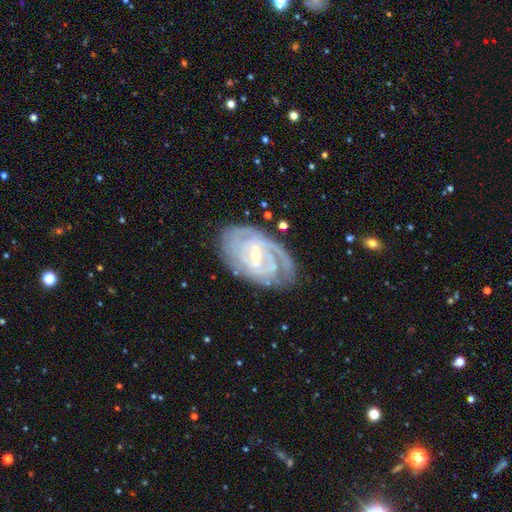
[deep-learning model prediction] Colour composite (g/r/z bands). It shows a featured or disk galaxy (88%) with a weak bar (48%), 2 (30%) tight (69%) spiral arms (96%) and a small central bulge (74%). Merging: none (74%).